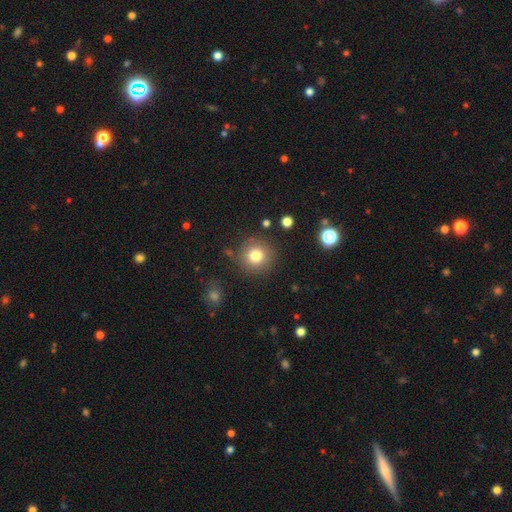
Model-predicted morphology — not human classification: Smooth or featured?
  - smooth: 79% *
  - star or artifact: 12%
  - featured or disk: 9%
How rounded?
  - round: 94% *
  - in between: 5%
  - cigar-shaped: 1%
Merging?
  - none: 84% *
  - minor disturbance: 9%
  - major disturbance: 4%
  - merger: 3%